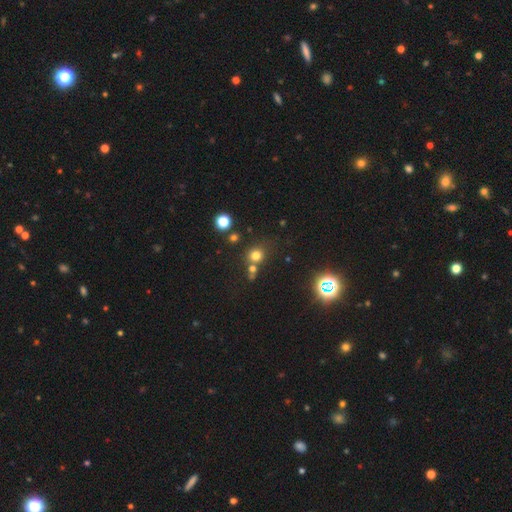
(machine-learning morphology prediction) Overall: smooth (69%). How rounded: round (85%). Merging: none (62%; merger 23%).